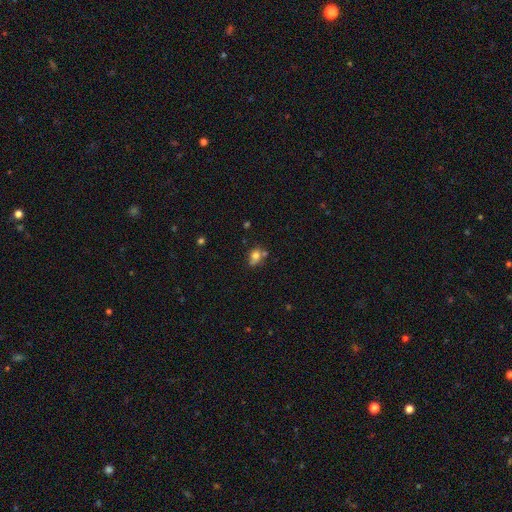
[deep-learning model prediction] A smooth galaxy with no disk features (74%) that is in between round and cigar-shaped (53%).

Vote fractions:
- Smooth or featured? smooth: 74% / featured or disk: 14% / star or artifact: 12%
- How rounded? in between: 53% / round: 45% / cigar-shaped: 2%
- Merging? none: 45% / minor disturbance: 23% / merger: 22% / major disturbance: 9%